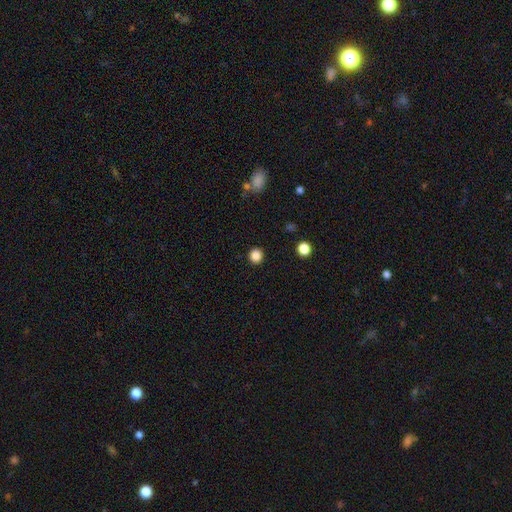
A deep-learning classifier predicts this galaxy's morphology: smooth-or-featured: smooth: 86% | star or artifact: 11% | featured or disk: 3%
  how-rounded: round: 91% | in between: 9% | cigar-shaped: 1%
  merging: none: 91% | minor disturbance: 5% | major disturbance: 2% | merger: 1%